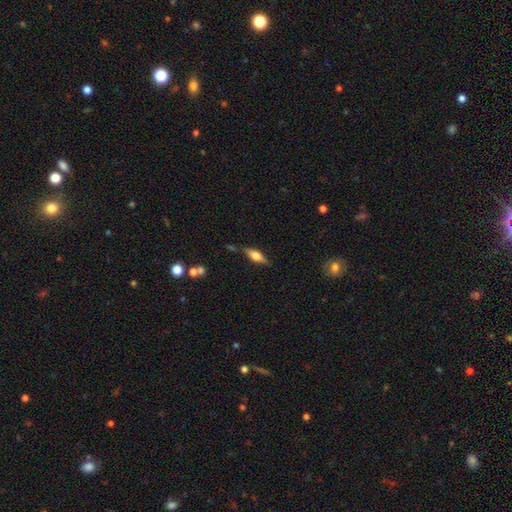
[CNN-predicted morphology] A featured or disk galaxy (57%) viewed edge-on (93%) with a rounded central bulge (86%). Merging: none (78%).